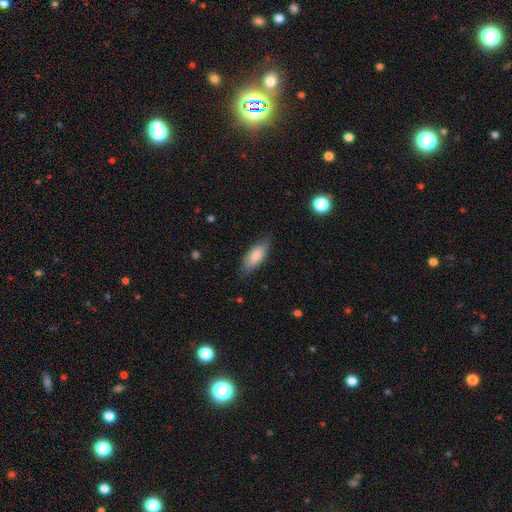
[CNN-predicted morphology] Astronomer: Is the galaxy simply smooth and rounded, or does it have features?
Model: smooth — 81%.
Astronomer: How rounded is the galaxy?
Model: in between — 76%.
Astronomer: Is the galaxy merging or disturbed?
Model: none — 77%.